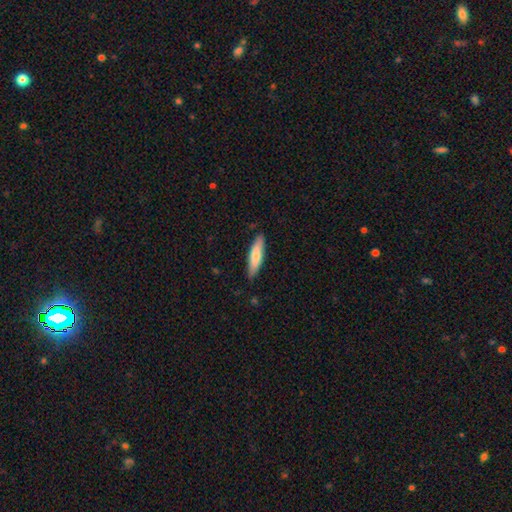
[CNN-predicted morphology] Q: Smooth or featured?
A: smooth (75%); runner-up: featured or disk (19%)
Q: How rounded?
A: cigar-shaped (70%); runner-up: in between (29%)
Q: Merging?
A: none (85%); runner-up: minor disturbance (12%)